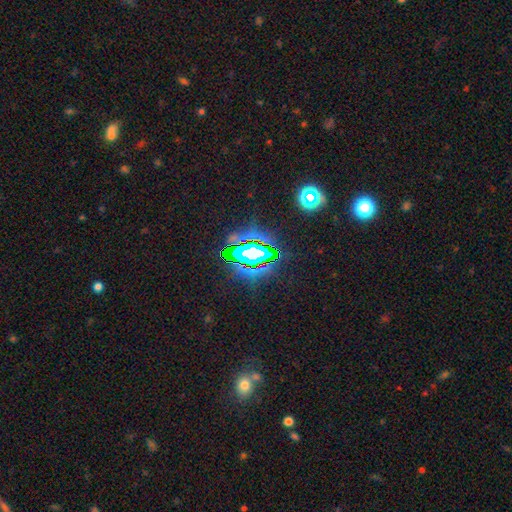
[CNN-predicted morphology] star or artifact 69%, smooth 16%, featured or disk 14%.